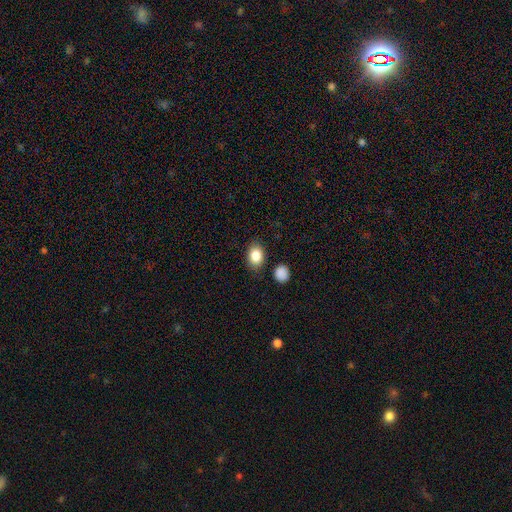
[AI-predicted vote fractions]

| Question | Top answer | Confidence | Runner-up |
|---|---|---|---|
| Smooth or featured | smooth | 85% | star or artifact (8%) |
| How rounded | in between | 70% | round (29%) |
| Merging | none | 82% | minor disturbance (11%) |